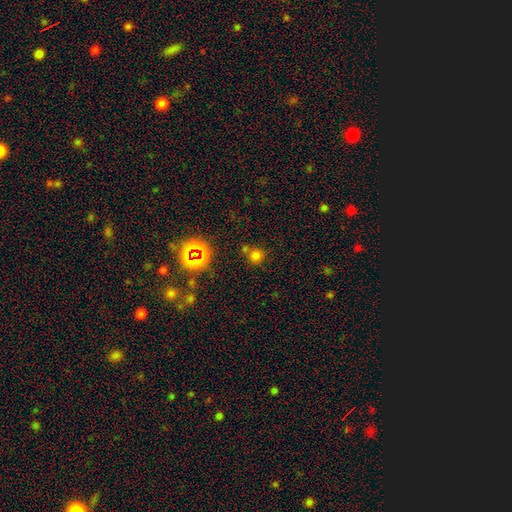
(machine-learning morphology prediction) Smooth or featured? smooth (66%)
How rounded? round (89%)
Merging? none (67%)